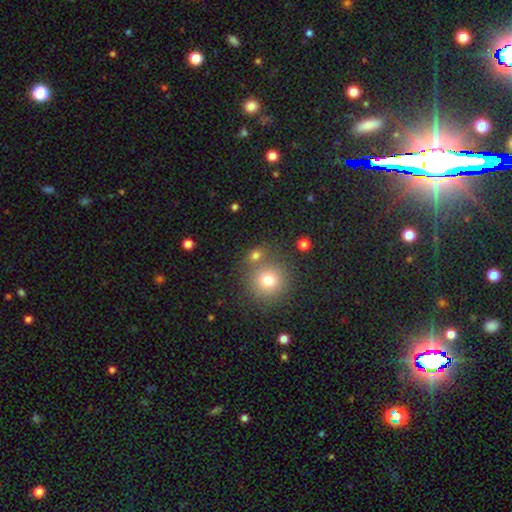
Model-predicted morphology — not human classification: A smooth galaxy with no disk features (71%) that is round (76%). Merging: none (64%).